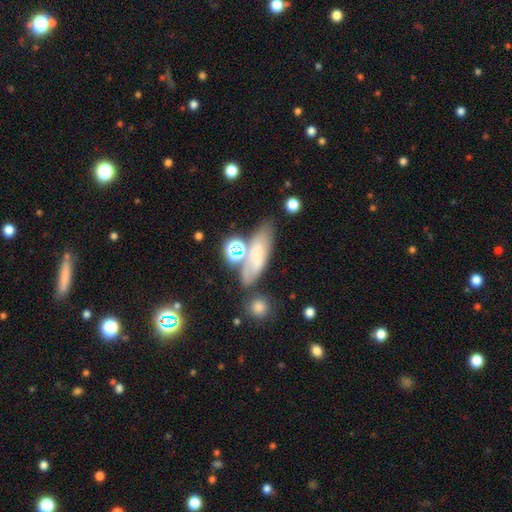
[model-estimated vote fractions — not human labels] Smooth or featured? Predicted: smooth (p=0.58). How rounded? Predicted: in between (p=0.56). Merging? Predicted: none (p=0.54).